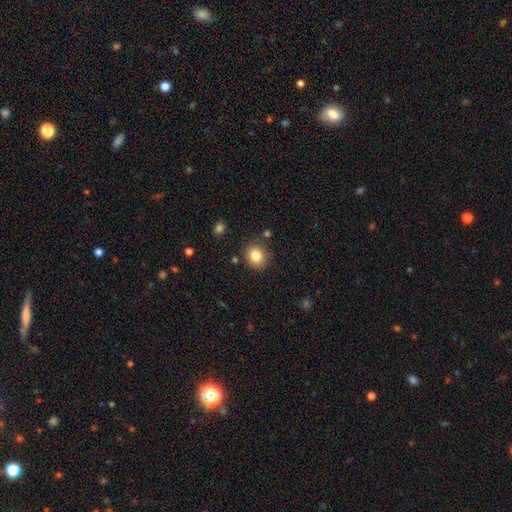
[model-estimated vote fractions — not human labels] A smooth galaxy with no disk features (82%) that is round (76%). Merging: none (84%).